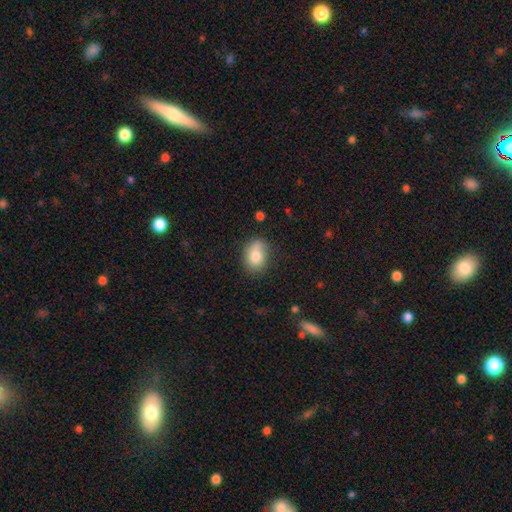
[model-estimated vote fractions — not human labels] smooth 81%, featured or disk 11%, star or artifact 9%. Down the decision tree: how rounded — in between (66%); merging — none (67%).